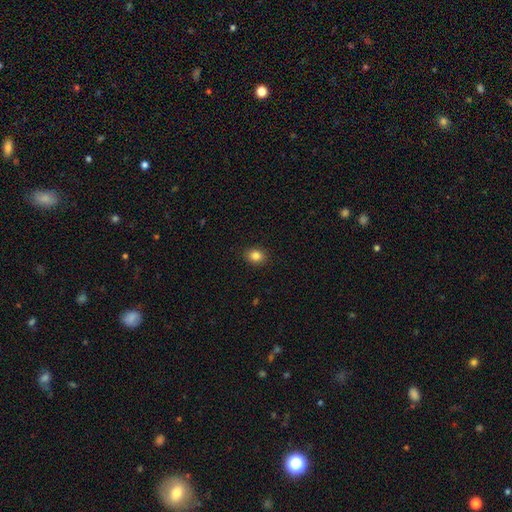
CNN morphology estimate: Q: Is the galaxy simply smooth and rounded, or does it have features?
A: smooth — 84%.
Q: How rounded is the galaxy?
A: round — 54%.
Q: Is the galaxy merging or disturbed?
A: none — 90%.